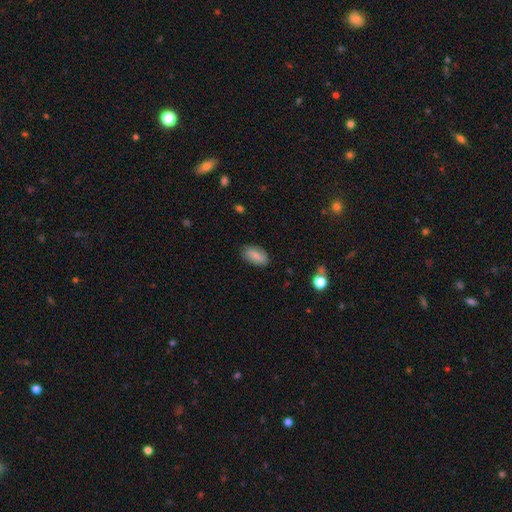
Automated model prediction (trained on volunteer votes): This appears to be a smooth galaxy with no disk features (73%) that is in between round and cigar-shaped (92%). Merging: none (82%).